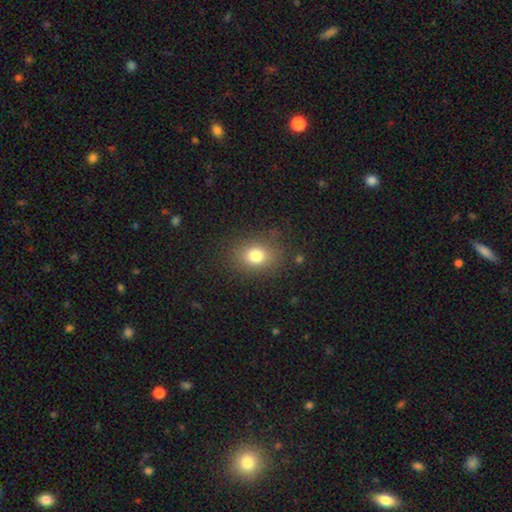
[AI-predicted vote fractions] Overall: smooth (78%). How rounded: round (50%; in between 49%). Merging: none (83%).